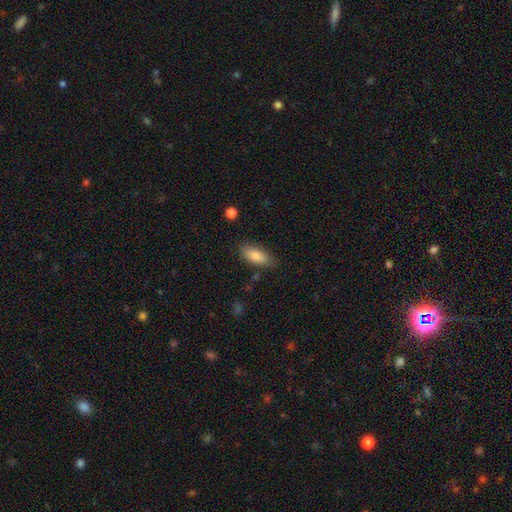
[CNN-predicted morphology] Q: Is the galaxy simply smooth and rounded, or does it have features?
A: smooth — 82%.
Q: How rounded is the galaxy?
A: in between — 82%.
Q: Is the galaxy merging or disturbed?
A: none — 81%.